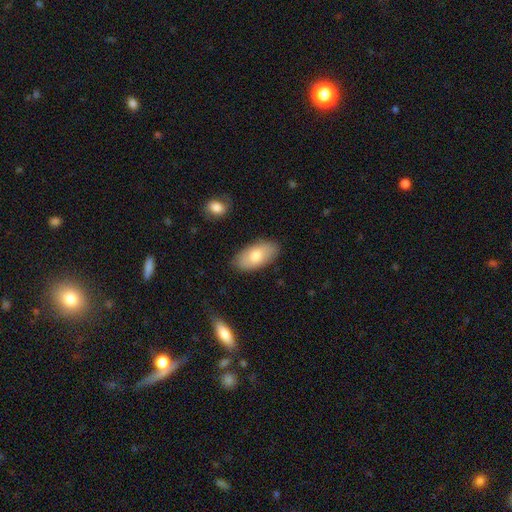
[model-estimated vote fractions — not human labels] smooth-or-featured: smooth: 77% | featured or disk: 17% | star or artifact: 6%
  how-rounded: in between: 94% | cigar-shaped: 3% | round: 3%
  merging: none: 85% | minor disturbance: 11% | major disturbance: 2% | merger: 1%